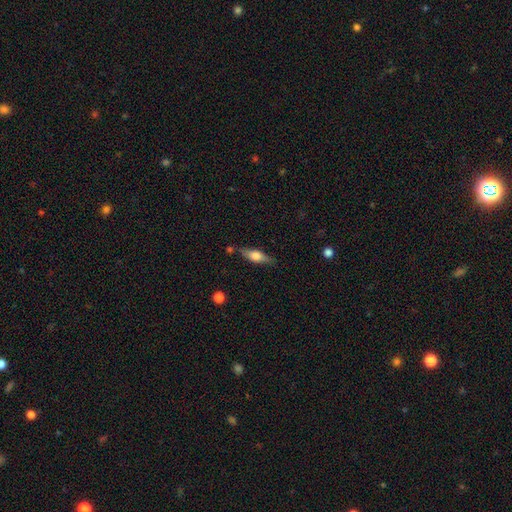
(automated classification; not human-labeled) smooth-or-featured: featured or disk: 49% | smooth: 44% | star or artifact: 7%
  merging: none: 78% | minor disturbance: 14% | merger: 4% | major disturbance: 3%